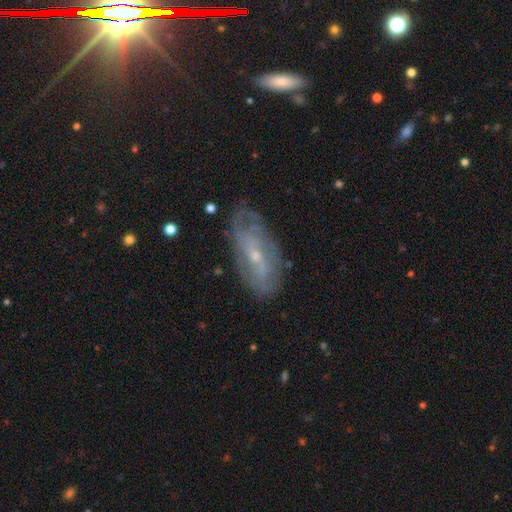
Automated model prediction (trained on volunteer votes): Smooth or featured: featured or disk — 70% (smooth — 22%)
Edge-on disk: no — 87% (yes — 13%)
Bar: no — 53% (weak — 37%)
Spiral arms: yes — 74% (no — 26%)
Bulge size: small — 66% (moderate — 30%)
Merging: none — 68% (minor disturbance — 22%)